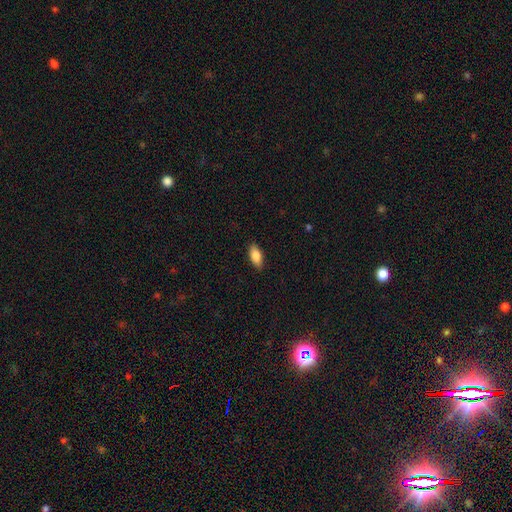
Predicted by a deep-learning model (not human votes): smooth 84%, featured or disk 9%, star or artifact 6%. Down the decision tree: how rounded — in between (85%); merging — none (86%).